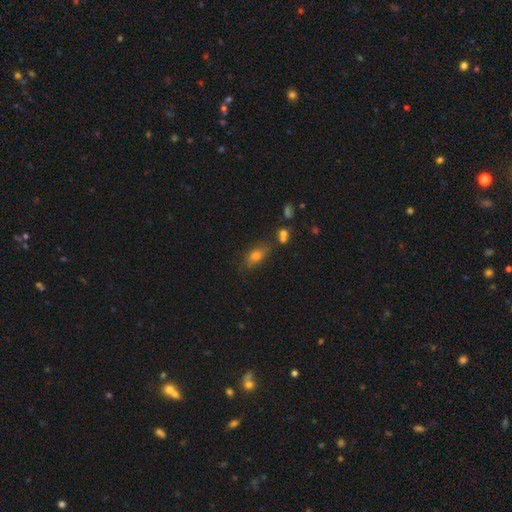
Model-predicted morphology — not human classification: The model was most divided on "merging": none: 71%, minor disturbance: 16%, merger: 8%, major disturbance: 5%. More confident: how rounded — in between (78%); smooth or featured — smooth (74%).